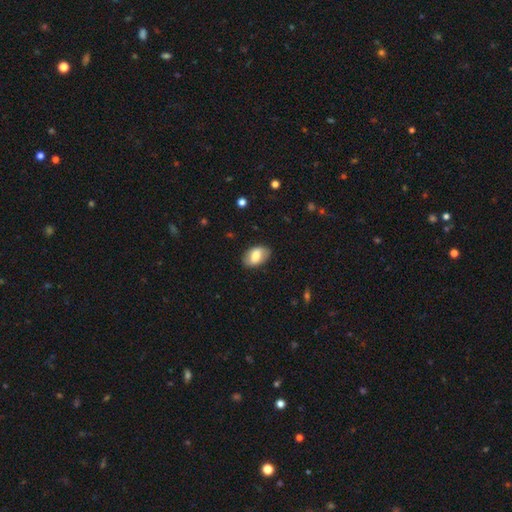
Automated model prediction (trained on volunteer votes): A smooth galaxy with no disk features (70%) that is in between round and cigar-shaped (92%).

Vote fractions:
- Smooth or featured? smooth: 70% / featured or disk: 23% / star or artifact: 6%
- How rounded? in between: 92% / round: 7% / cigar-shaped: 2%
- Merging? none: 84% / minor disturbance: 12% / major disturbance: 3% / merger: 1%